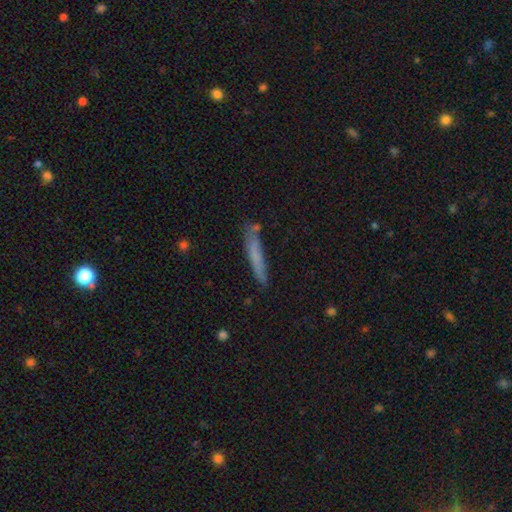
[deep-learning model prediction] Smooth or featured: smooth — 69% (featured or disk — 24%)
How rounded: cigar-shaped — 95% (in between — 4%)
Merging: none — 78% (minor disturbance — 14%)